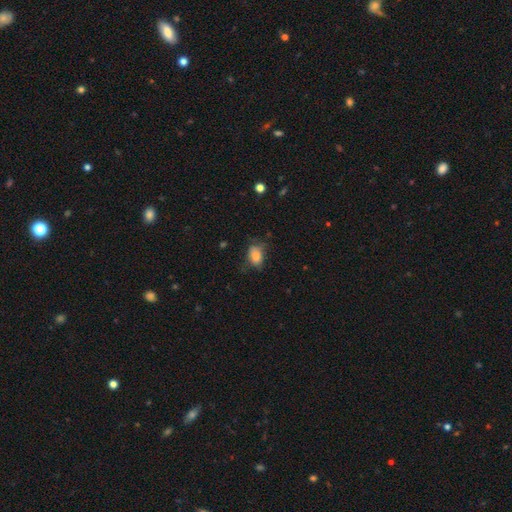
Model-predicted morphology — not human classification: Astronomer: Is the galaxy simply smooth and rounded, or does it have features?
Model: smooth — 80%.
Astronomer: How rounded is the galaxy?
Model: in between — 83%.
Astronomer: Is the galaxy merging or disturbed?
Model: none — 60%.